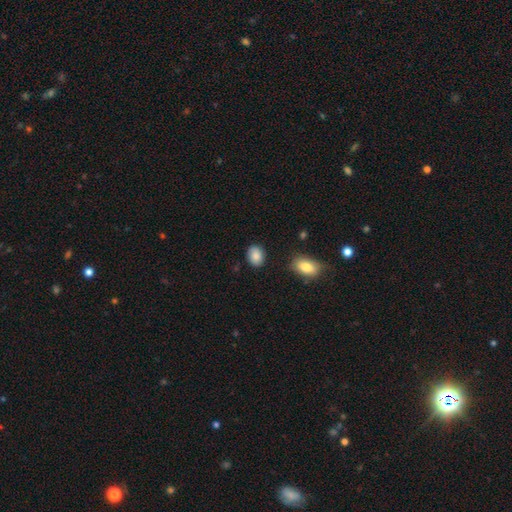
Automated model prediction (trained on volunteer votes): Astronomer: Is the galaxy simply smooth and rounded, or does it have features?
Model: smooth — 87%.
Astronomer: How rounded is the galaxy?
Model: in between — 67%.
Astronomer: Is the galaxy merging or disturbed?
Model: none — 84%.